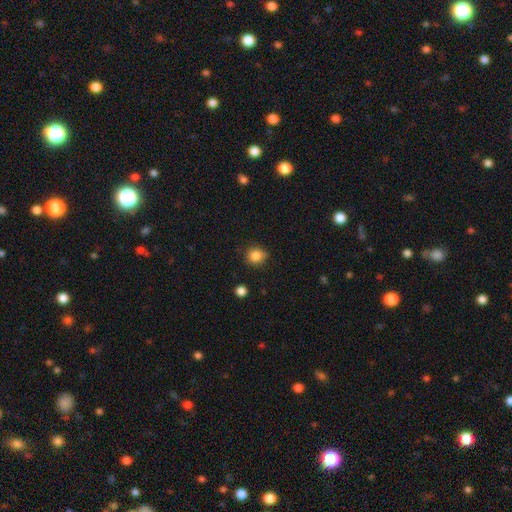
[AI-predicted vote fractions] Morphology: type=smooth (85%); roundness=round (81%); merging=none (81%).